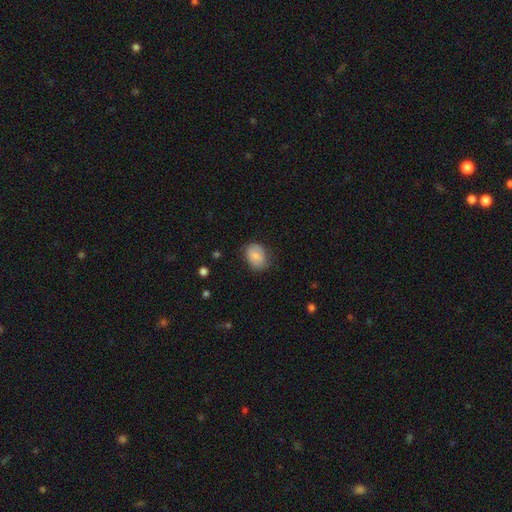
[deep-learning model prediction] Q: Smooth or featured?
A: smooth (79%); runner-up: featured or disk (14%)
Q: How rounded?
A: in between (64%); runner-up: round (35%)
Q: Merging?
A: none (73%); runner-up: minor disturbance (21%)